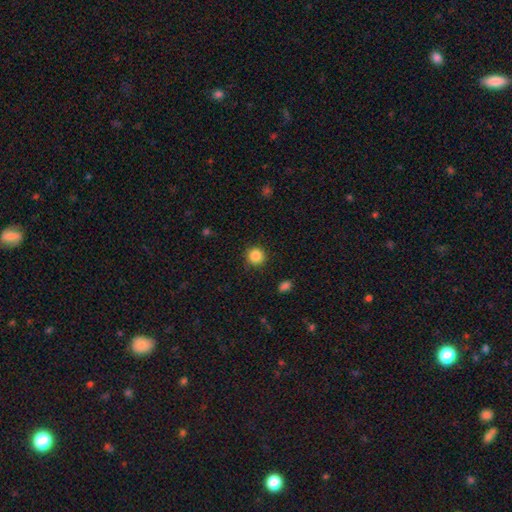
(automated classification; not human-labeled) Q: Smooth or featured?
A: smooth (86%); runner-up: star or artifact (10%)
Q: How rounded?
A: round (94%); runner-up: in between (5%)
Q: Merging?
A: none (90%); runner-up: minor disturbance (7%)